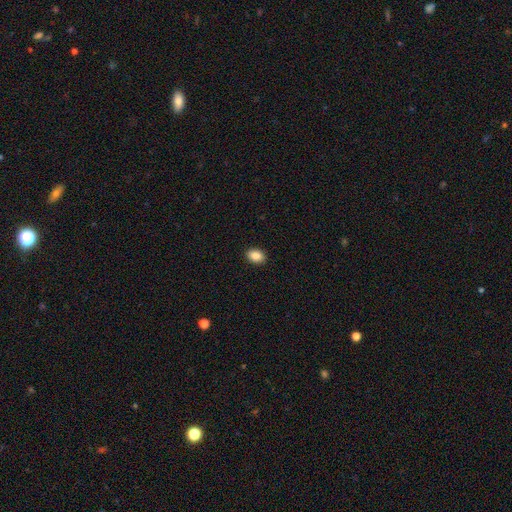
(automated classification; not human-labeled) Smooth or featured: smooth — 89% (star or artifact — 8%)
How rounded: in between — 78% (round — 21%)
Merging: none — 91% (minor disturbance — 7%)